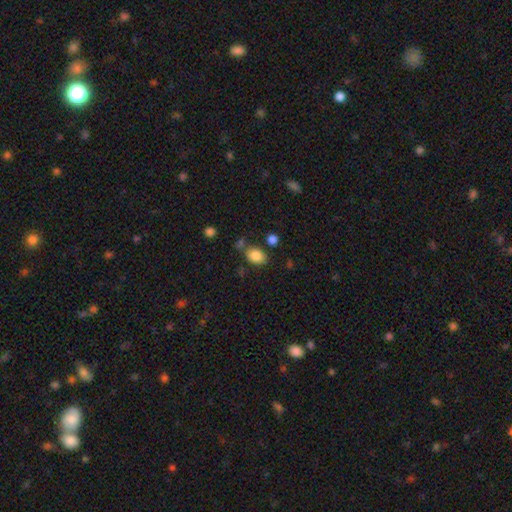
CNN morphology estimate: A smooth galaxy with no disk features (85%) that is in between round and cigar-shaped (70%).

Vote fractions:
- Smooth or featured? smooth: 85% / star or artifact: 9% / featured or disk: 6%
- How rounded? in between: 70% / round: 29% / cigar-shaped: 1%
- Merging? none: 72% / minor disturbance: 14% / merger: 10% / major disturbance: 5%